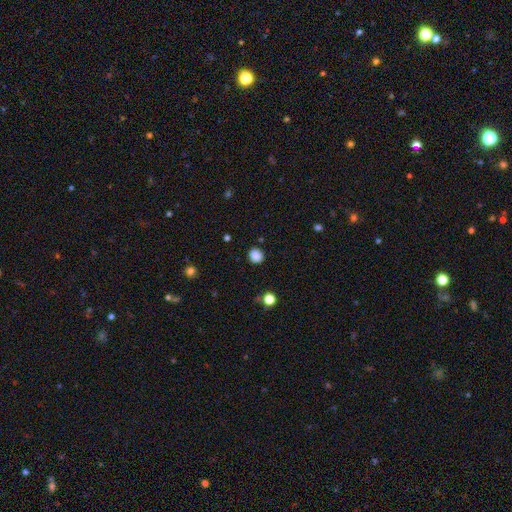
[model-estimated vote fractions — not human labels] Q: Smooth or featured?
A: smooth (86%); runner-up: star or artifact (12%)
Q: How rounded?
A: round (87%); runner-up: in between (12%)
Q: Merging?
A: none (89%); runner-up: minor disturbance (7%)